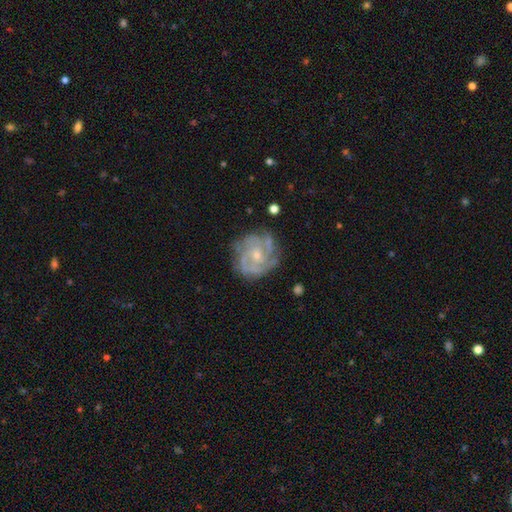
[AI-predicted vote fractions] The model was most divided on "spiral arm count": 3: 39%, 2: 19%, 4: 16%, can't tell: 16%, more than 4: 5%, 1: 5%. More confident: edge-on disk — no (98%); spiral arms — yes (97%); smooth or featured — featured or disk (89%); merging — none (74%); bar — no (68%); bulge size — small (68%); spiral winding — tight (63%).